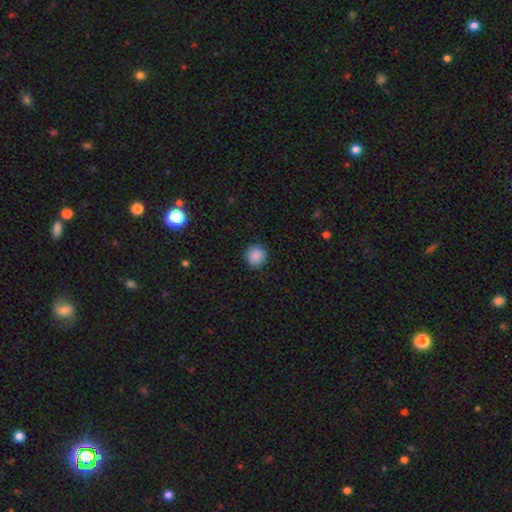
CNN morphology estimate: smooth_or_featured: smooth (p=0.87) [alt: star or artifact p=0.09]
how_rounded: round (p=0.94) [alt: in between p=0.05]
merging: none (p=0.91) [alt: minor disturbance p=0.06]